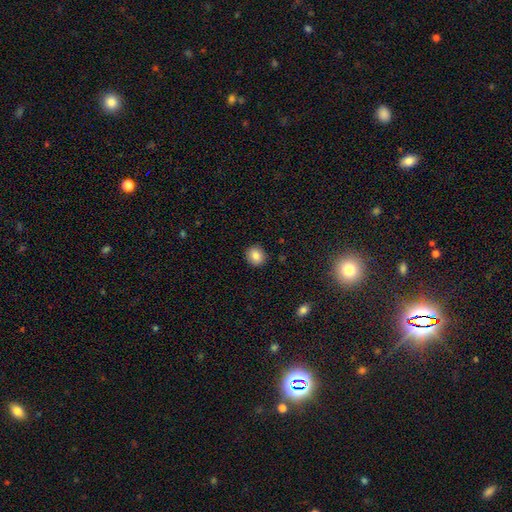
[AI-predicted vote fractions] This appears to be a smooth galaxy with no disk features (84%) that is round (80%). Merging: none (91%).